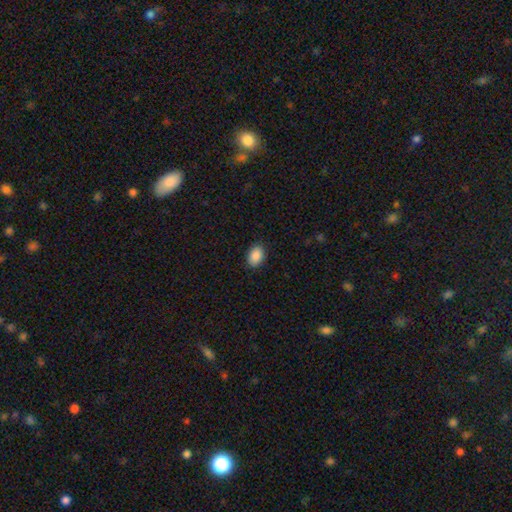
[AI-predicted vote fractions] Smooth or featured?
  - smooth: 90% *
  - star or artifact: 7%
  - featured or disk: 3%
How rounded?
  - in between: 85% *
  - round: 14%
  - cigar-shaped: 1%
Merging?
  - none: 88% *
  - minor disturbance: 9%
  - major disturbance: 2%
  - merger: 1%